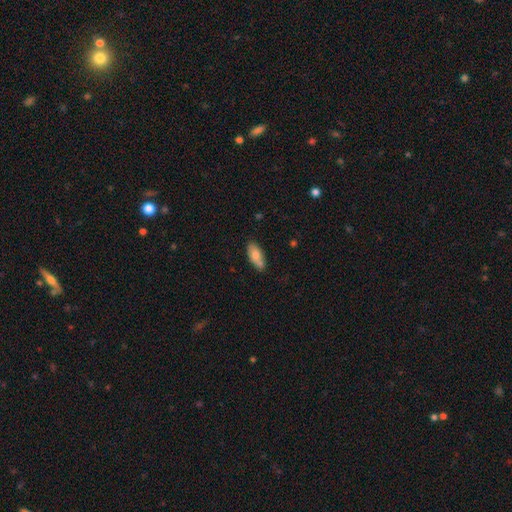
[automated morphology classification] smooth 76%, featured or disk 18%, star or artifact 6%. Down the decision tree: how rounded — in between (85%); merging — none (72%).